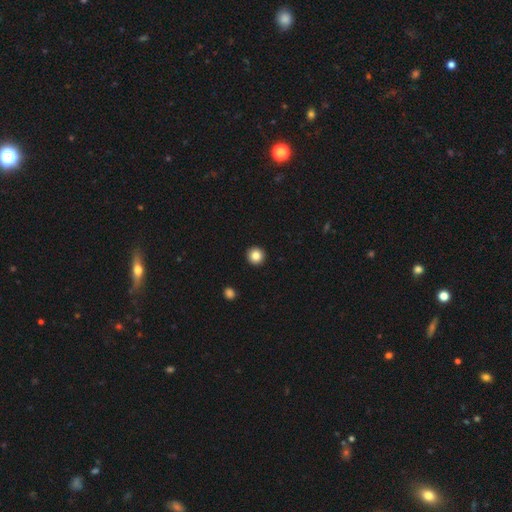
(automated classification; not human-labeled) This is clearly a smooth galaxy (85%). How rounded: clearly round (96%). Merging: clearly none (94%).